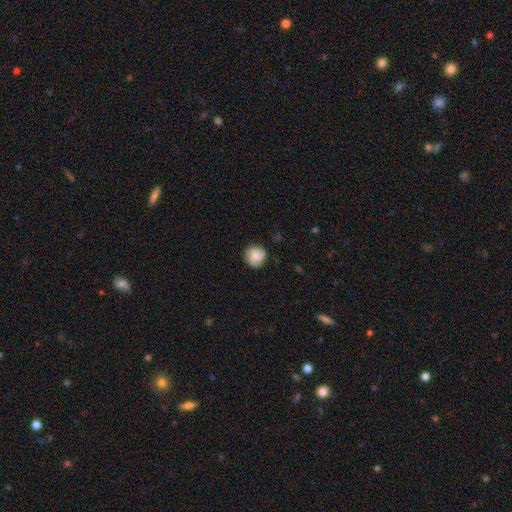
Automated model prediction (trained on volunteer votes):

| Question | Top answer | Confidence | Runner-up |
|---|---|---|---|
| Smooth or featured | smooth | 68% | featured or disk (24%) |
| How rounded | round | 89% | in between (10%) |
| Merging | none | 79% | minor disturbance (16%) |